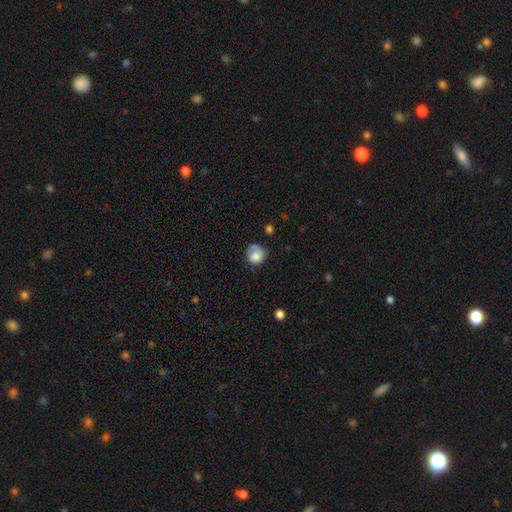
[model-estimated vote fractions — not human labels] A smooth galaxy with no disk features (80%) that is round (82%).

Vote fractions:
- Smooth or featured? smooth: 80% / featured or disk: 11% / star or artifact: 9%
- How rounded? round: 82% / in between: 17% / cigar-shaped: 1%
- Merging? none: 55% / minor disturbance: 29% / major disturbance: 11% / merger: 5%